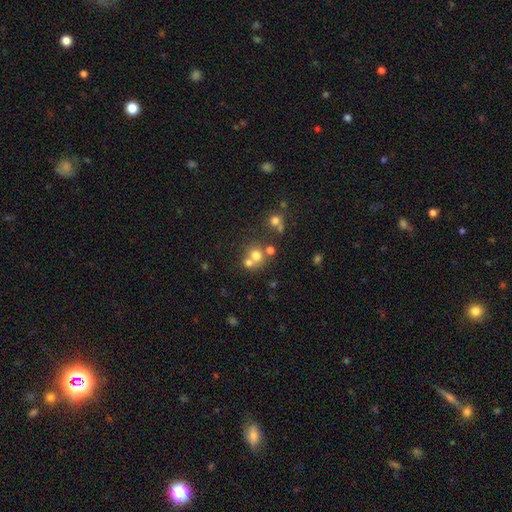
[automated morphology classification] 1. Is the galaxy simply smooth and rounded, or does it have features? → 68% smooth, 17% star or artifact, 16% featured or disk.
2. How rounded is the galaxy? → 84% round, 15% in between, 1% cigar-shaped.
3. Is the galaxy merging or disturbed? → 47% none, 43% merger, 7% minor disturbance, 4% major disturbance.